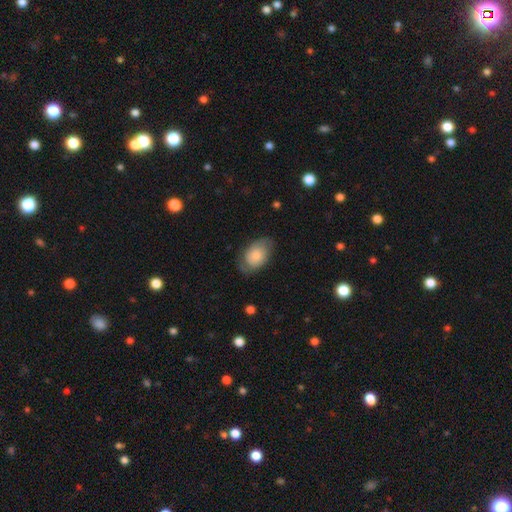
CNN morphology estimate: smooth 65%, featured or disk 29%, star or artifact 6%. Down the decision tree: how rounded — in between (86%); merging — none (64%).